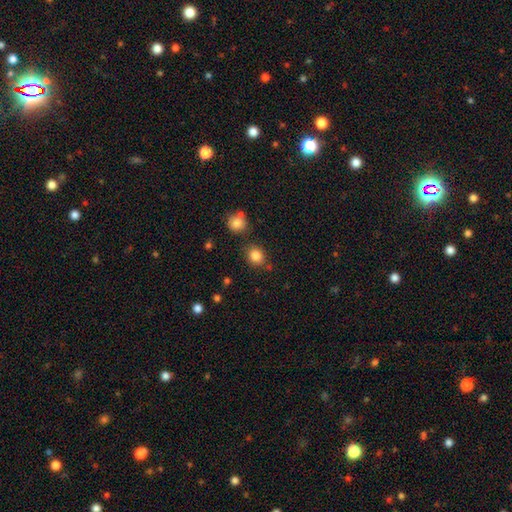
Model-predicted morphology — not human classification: type=smooth (84%); roundness=round (76%); merging=none (79%).